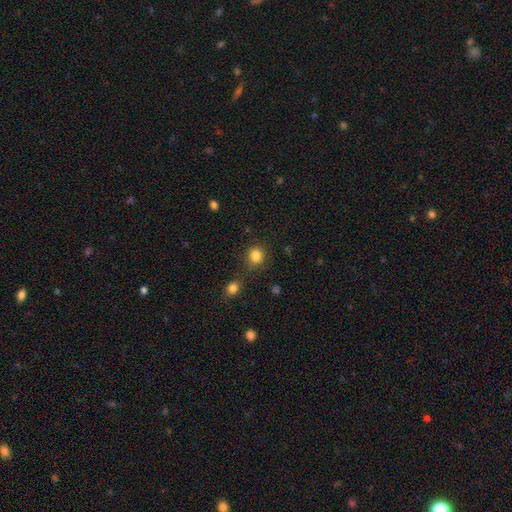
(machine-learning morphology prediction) A smooth galaxy with no disk features (83%) that is round (88%). Merging: none (81%).